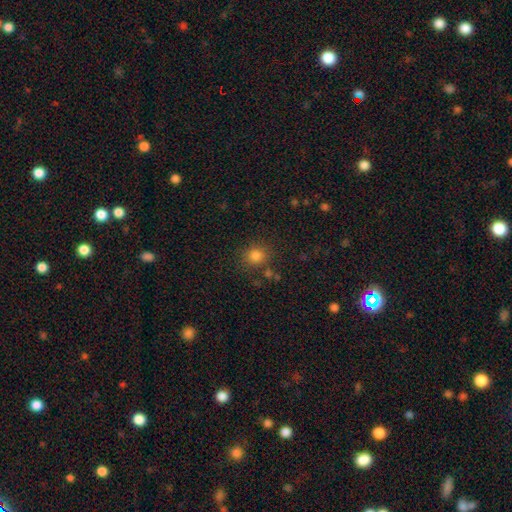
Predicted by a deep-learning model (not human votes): This appears to be a smooth galaxy with no disk features (81%) that is round (83%). Merging: none (80%).